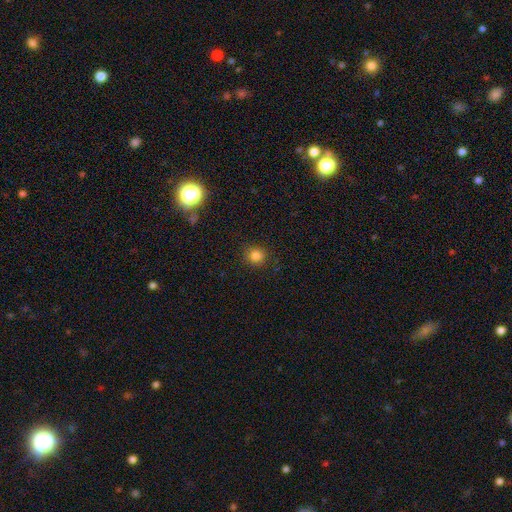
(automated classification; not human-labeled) Smooth or featured: smooth — 82% (star or artifact — 13%)
How rounded: round — 91% (in between — 8%)
Merging: none — 90% (minor disturbance — 7%)